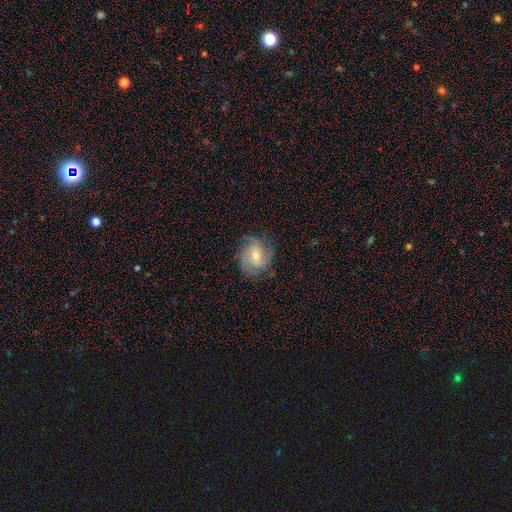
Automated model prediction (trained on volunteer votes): Smooth or featured?
  - featured or disk: 71% *
  - smooth: 21%
  - star or artifact: 8%
Edge-on disk?
  - no: 97% *
  - yes: 3%
Bar?
  - no: 61% *
  - weak: 31%
  - strong: 8%
Spiral arms?
  - yes: 91% *
  - no: 9%
Spiral winding?
  - medium: 41% * (tied)
  - tight: 41% * (tied)
  - loose: 18%
Spiral arm count?
  - 3: 31% *
  - 2: 29%
  - can't tell: 23%
  - 4: 7%
  - 1: 5%
  - more than 4: 4%
Bulge size?
  - moderate: 63% *
  - small: 32%
  - large: 3%
  - none: 1%
  - dominant: 1%
Merging?
  - none: 69% *
  - minor disturbance: 21%
  - major disturbance: 9%
  - merger: 1%